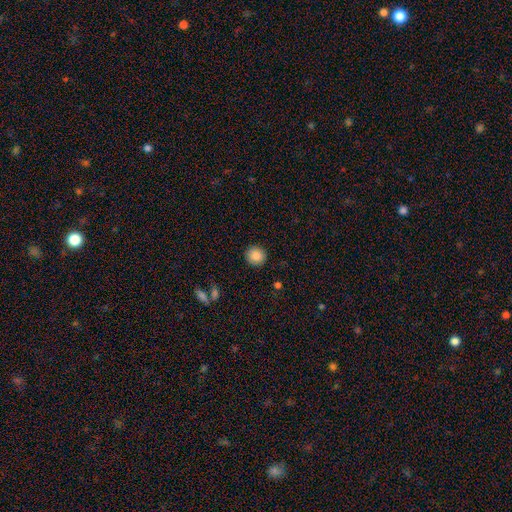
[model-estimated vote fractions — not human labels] smooth_or_featured: smooth (p=0.88) [alt: star or artifact p=0.08]
how_rounded: round (p=0.89) [alt: in between p=0.10]
merging: none (p=0.91) [alt: minor disturbance p=0.06]